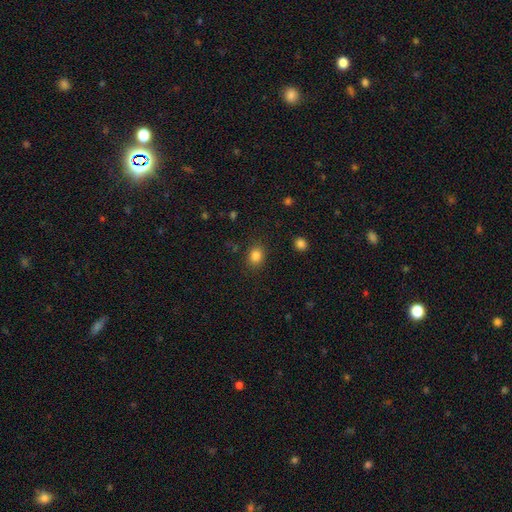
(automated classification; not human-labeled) smooth-or-featured: smooth: 84% | star or artifact: 11% | featured or disk: 5%
  how-rounded: round: 55% | in between: 44% | cigar-shaped: 1%
  merging: none: 85% | minor disturbance: 10% | major disturbance: 3% | merger: 2%